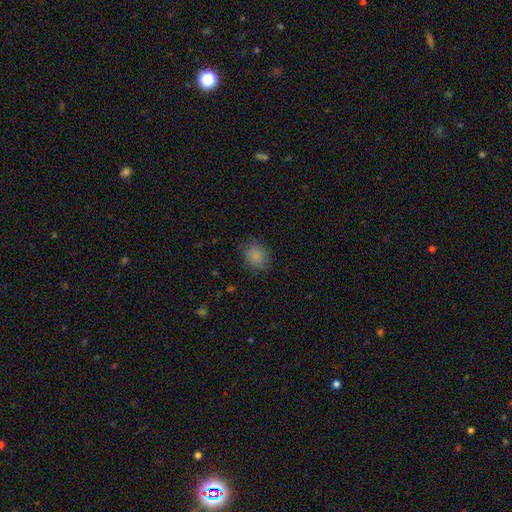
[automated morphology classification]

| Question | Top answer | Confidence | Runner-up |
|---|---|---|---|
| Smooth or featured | smooth | 85% | star or artifact (10%) |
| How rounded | round | 63% | in between (36%) |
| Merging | none | 80% | minor disturbance (15%) |